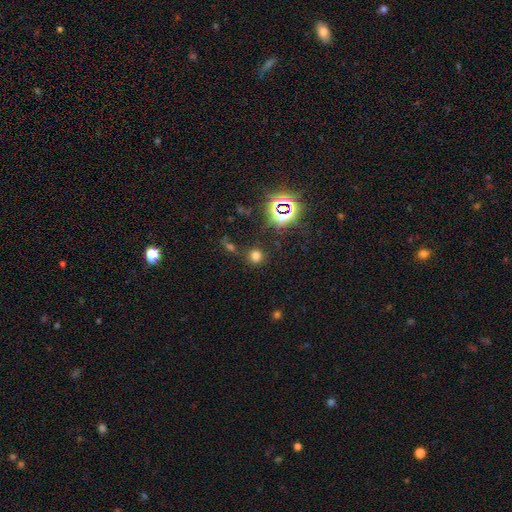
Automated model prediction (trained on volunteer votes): Smooth or featured? smooth (65%)
How rounded? round (87%)
Merging? none (80%)